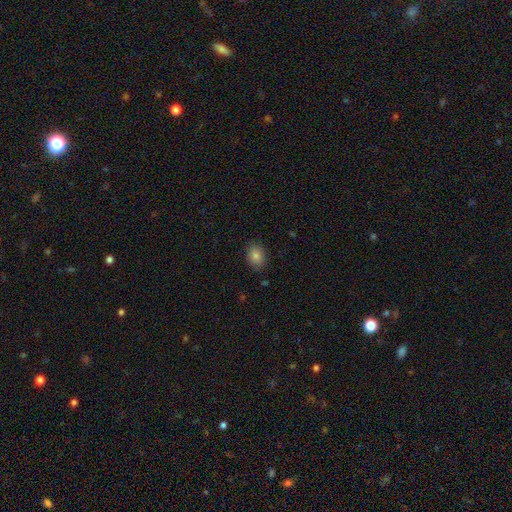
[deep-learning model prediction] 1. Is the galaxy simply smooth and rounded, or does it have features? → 83% smooth, 10% star or artifact, 7% featured or disk.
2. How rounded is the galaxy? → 69% in between, 30% round, 1% cigar-shaped.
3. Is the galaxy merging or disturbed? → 86% none, 10% minor disturbance, 2% major disturbance, 1% merger.